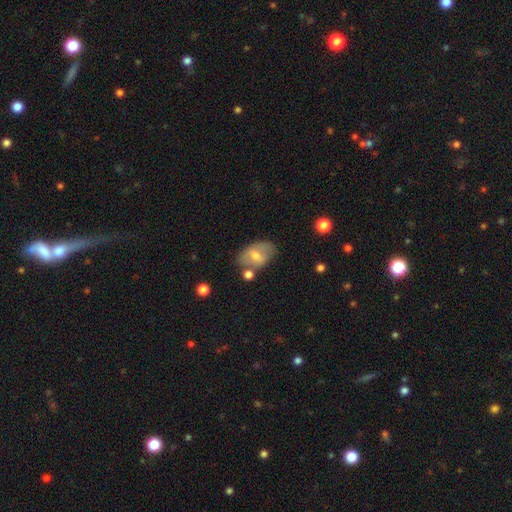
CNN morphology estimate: Q: Smooth or featured?
A: smooth (49%); runner-up: featured or disk (43%)
Q: Merging?
A: none (61%); runner-up: minor disturbance (20%)